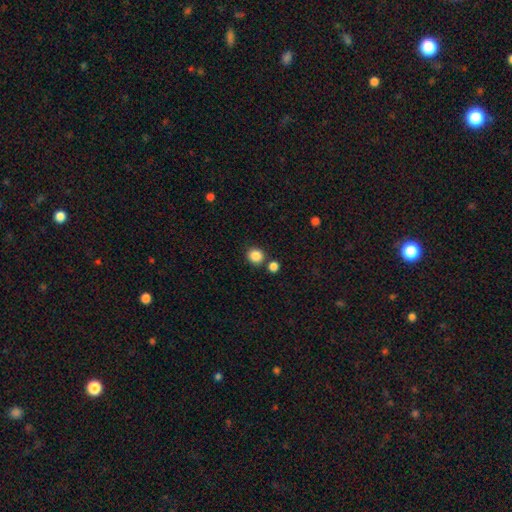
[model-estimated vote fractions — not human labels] This appears to be a smooth galaxy with no disk features (86%) that is round (89%). Merging: none (79%).